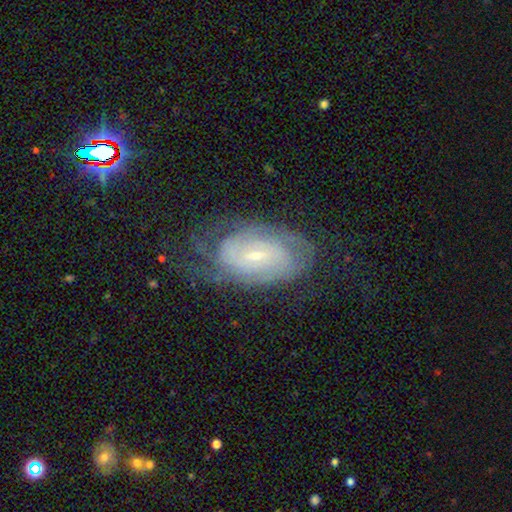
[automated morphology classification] A featured or disk galaxy (79%) with a weak bar (51%), tight (64%) spiral arms (93%) and a small central bulge (72%). Merging: none (61%).